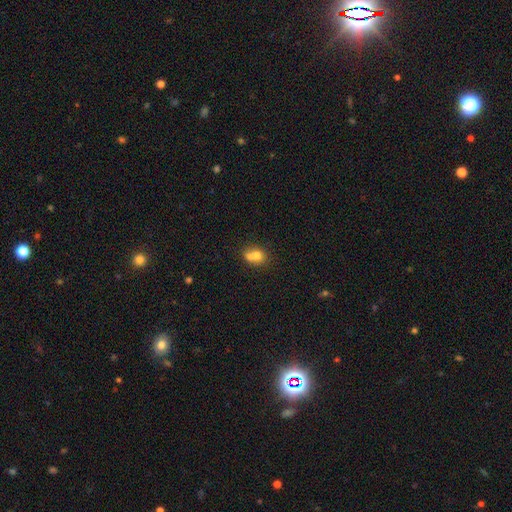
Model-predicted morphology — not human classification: Smooth or featured?
  - smooth: 71% *
  - featured or disk: 18%
  - star or artifact: 11%
How rounded?
  - round: 67% *
  - in between: 32%
  - cigar-shaped: 1%
Merging?
  - merger: 60% *
  - none: 30%
  - minor disturbance: 8%
  - major disturbance: 3%